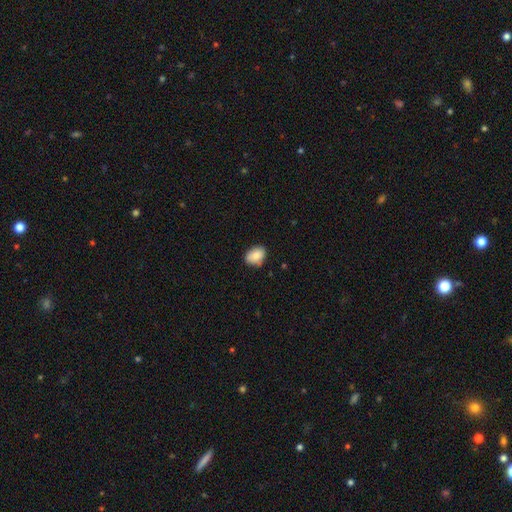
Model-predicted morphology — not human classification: This is clearly a smooth galaxy (85%). How rounded: likely in between (74%). Merging: likely none (78%).